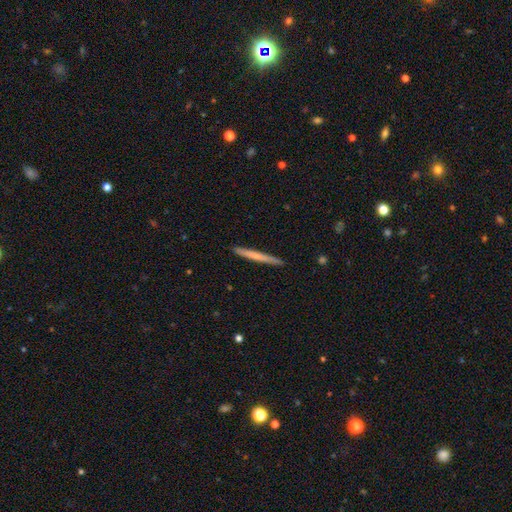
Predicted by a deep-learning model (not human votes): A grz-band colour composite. It shows a smooth galaxy with no disk features (57%) that is cigar-shaped (97%). Merging: none (91%).